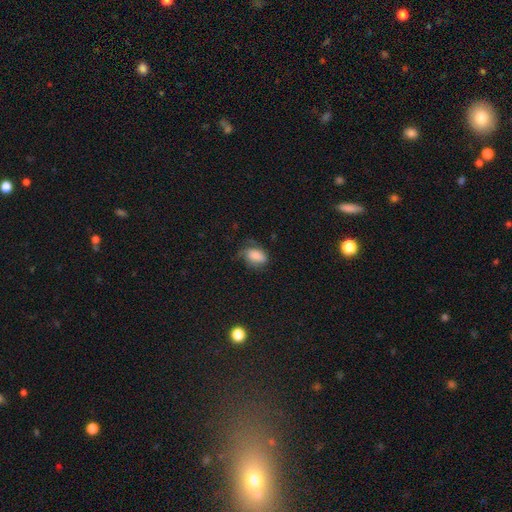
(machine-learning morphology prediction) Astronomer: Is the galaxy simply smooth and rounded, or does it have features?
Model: smooth — 73%.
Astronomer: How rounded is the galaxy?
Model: in between — 85%.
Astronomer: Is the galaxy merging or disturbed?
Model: none — 49% (runner-up: minor disturbance, 31%).